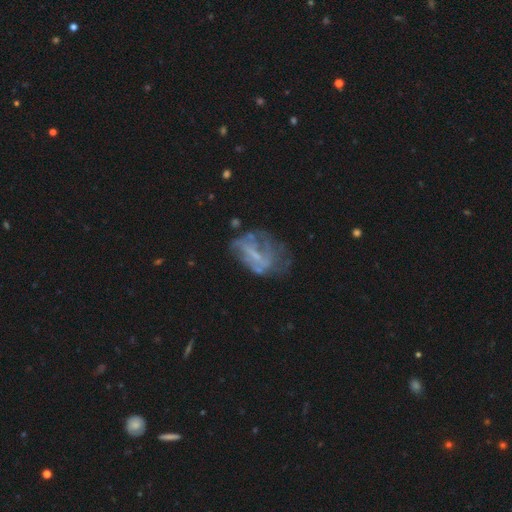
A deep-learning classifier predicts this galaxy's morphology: Smooth or featured? Predicted: featured or disk (p=0.65). Edge-on disk? Predicted: no (p=0.96). Bar? Predicted: no (p=0.39, tied with weak). Spiral arms? Predicted: no (p=0.59). Bulge size? Predicted: none (p=0.41, tied with small). Merging? Predicted: none (p=0.37).